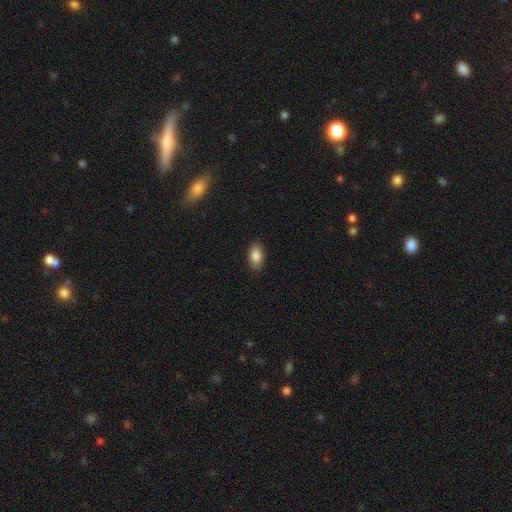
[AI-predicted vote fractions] Smooth or featured: smooth — 87% (star or artifact — 8%)
How rounded: in between — 91% (round — 6%)
Merging: none — 88% (minor disturbance — 9%)